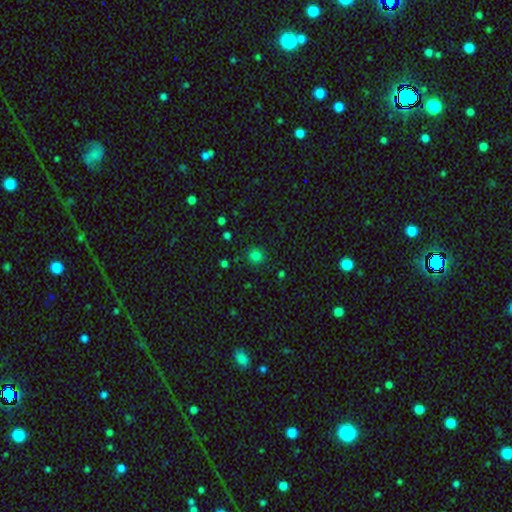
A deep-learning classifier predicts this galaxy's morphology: Overall: smooth (79%). How rounded: round (91%). Merging: none (87%).